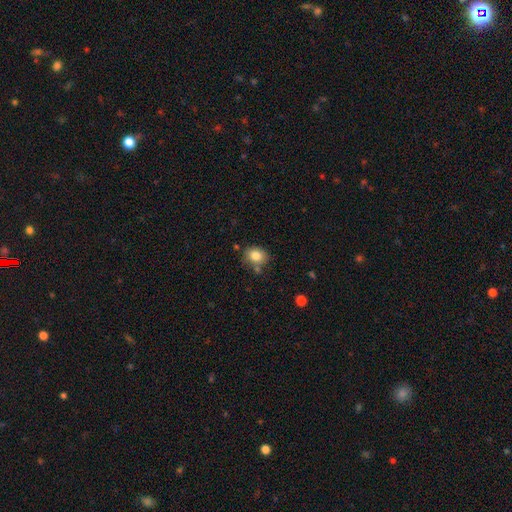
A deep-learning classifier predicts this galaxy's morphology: A smooth galaxy with no disk features (82%) that is in between round and cigar-shaped (50%).

Vote fractions:
- Smooth or featured? smooth: 82% / star or artifact: 10% / featured or disk: 9%
- How rounded? in between: 50% / round: 49% / cigar-shaped: 1%
- Merging? none: 72% / minor disturbance: 17% / merger: 8% / major disturbance: 4%